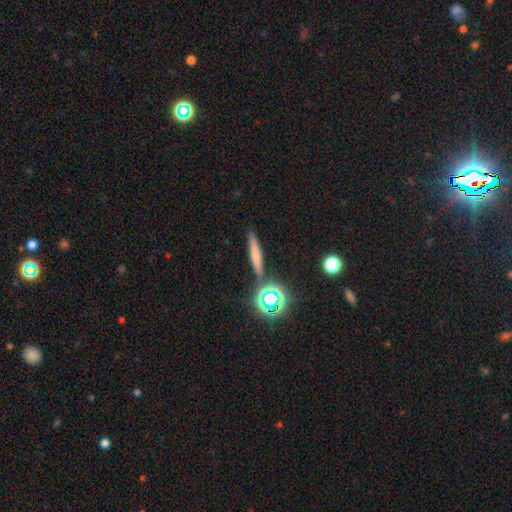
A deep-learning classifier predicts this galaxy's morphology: Smooth or featured? Predicted: smooth (p=0.57). How rounded? Predicted: cigar-shaped (p=0.86). Merging? Predicted: none (p=0.84).